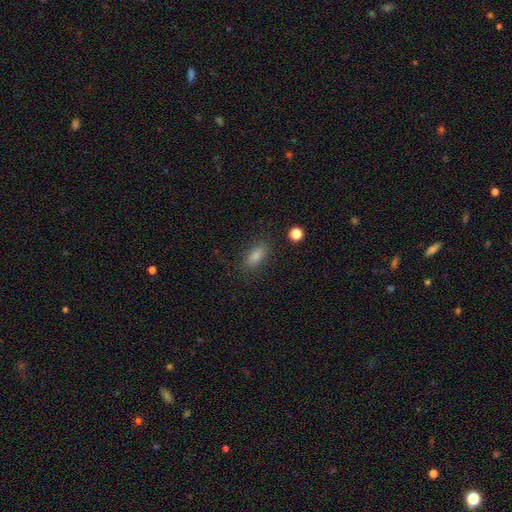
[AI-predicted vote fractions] The model was most divided on "smooth or featured": smooth: 76%, star or artifact: 15%, featured or disk: 9%. More confident: merging — none (85%); how rounded — in between (80%).